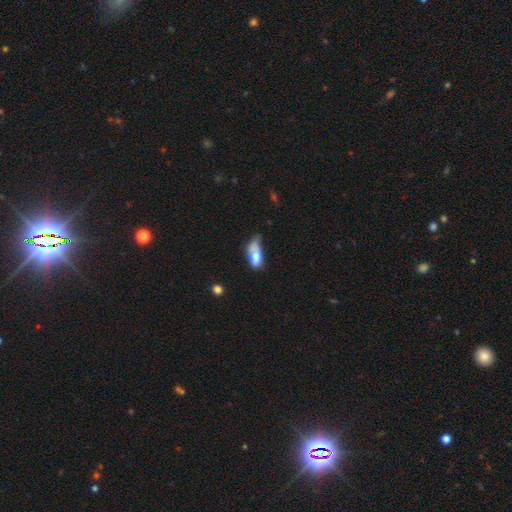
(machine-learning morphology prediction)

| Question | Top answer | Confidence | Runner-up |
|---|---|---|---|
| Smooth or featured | smooth | 65% | featured or disk (27%) |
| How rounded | in between | 82% | cigar-shaped (13%) |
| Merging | major disturbance | 33% | minor disturbance (30%) |